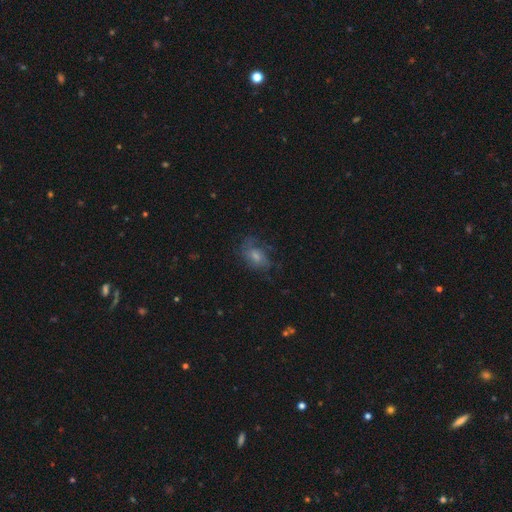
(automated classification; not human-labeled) A smooth galaxy with no disk features (47%).

Vote fractions:
- Smooth or featured? smooth: 47% / featured or disk: 43% / star or artifact: 10%
- Merging? none: 53% / minor disturbance: 26% / major disturbance: 20% / merger: 2%